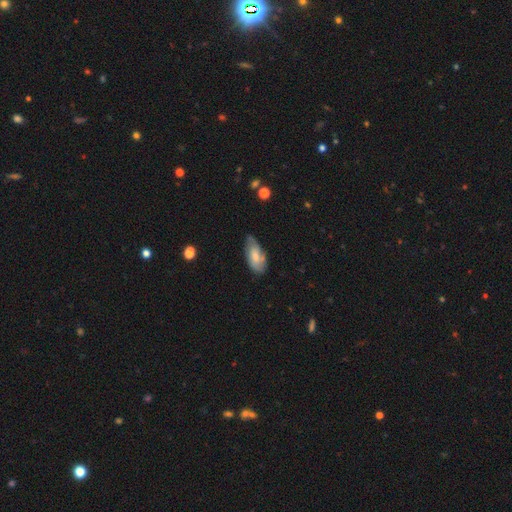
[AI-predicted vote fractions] smooth-or-featured: smooth: 61% | featured or disk: 33% | star or artifact: 7%
  how-rounded: in between: 90% | cigar-shaped: 8% | round: 3%
  merging: none: 58% | minor disturbance: 33% | major disturbance: 7% | merger: 3%